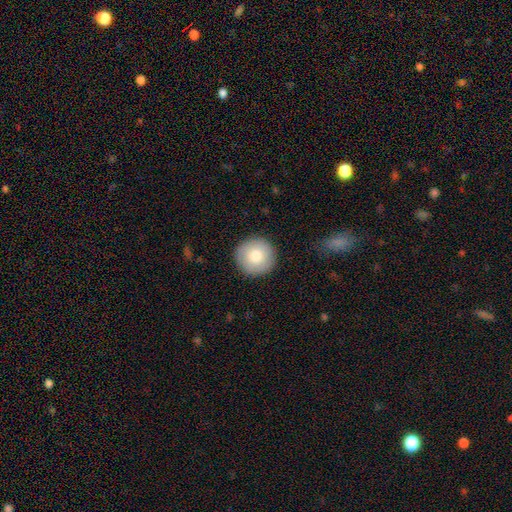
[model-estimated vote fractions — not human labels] smooth_or_featured: smooth (p=0.80) [alt: featured or disk p=0.13]
how_rounded: round (p=0.96) [alt: in between p=0.03]
merging: none (p=0.91) [alt: minor disturbance p=0.06]